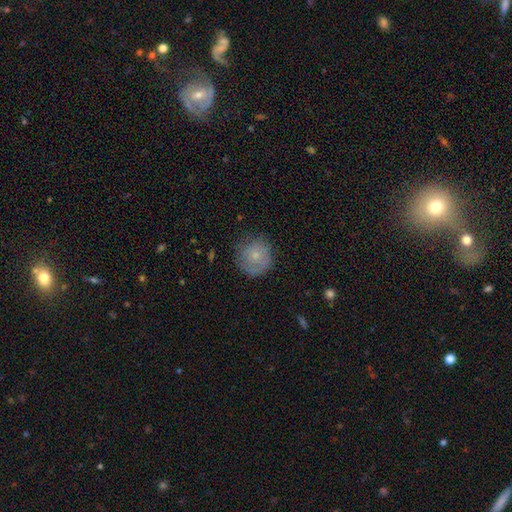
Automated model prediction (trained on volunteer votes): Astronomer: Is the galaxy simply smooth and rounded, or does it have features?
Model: smooth — 68%.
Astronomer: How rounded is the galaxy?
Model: round — 90%.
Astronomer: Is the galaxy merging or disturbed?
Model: none — 71%.